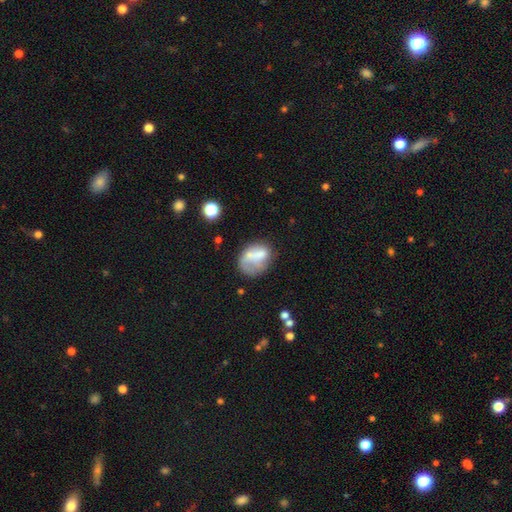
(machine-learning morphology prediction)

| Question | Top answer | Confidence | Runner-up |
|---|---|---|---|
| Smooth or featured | smooth | 60% | featured or disk (31%) |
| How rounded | in between | 60% | round (38%) |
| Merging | none | 36% | major disturbance (26%) |